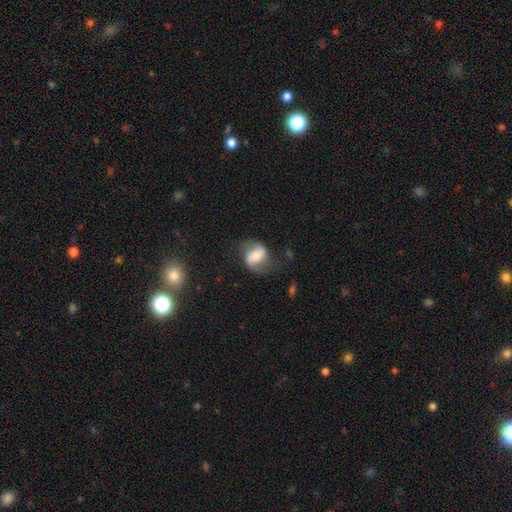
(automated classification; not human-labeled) This appears to be a featured or disk galaxy (52%). Merging: none (60%).